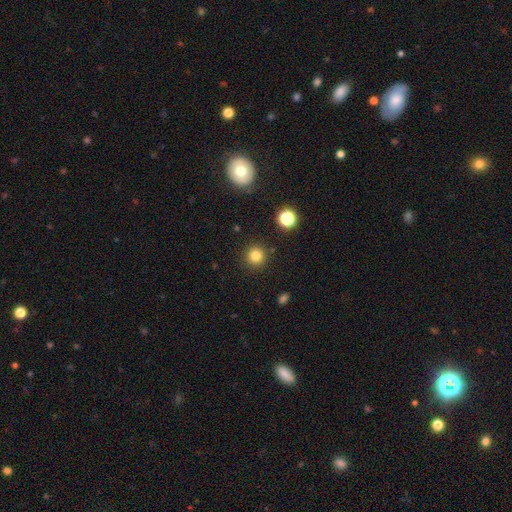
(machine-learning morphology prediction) A smooth galaxy with no disk features (81%) that is round (94%).

Vote fractions:
- Smooth or featured? smooth: 81% / star or artifact: 14% / featured or disk: 5%
- How rounded? round: 94% / in between: 5% / cigar-shaped: 1%
- Merging? none: 90% / minor disturbance: 6% / major disturbance: 3% / merger: 2%